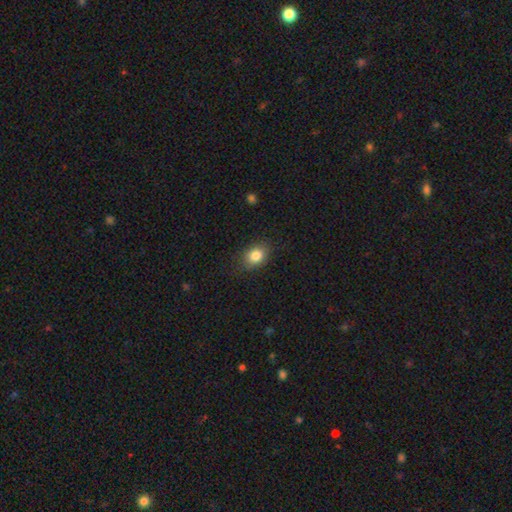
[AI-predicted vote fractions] This is clearly a smooth galaxy (84%). How rounded: likely in between (63%). Merging: clearly none (82%).